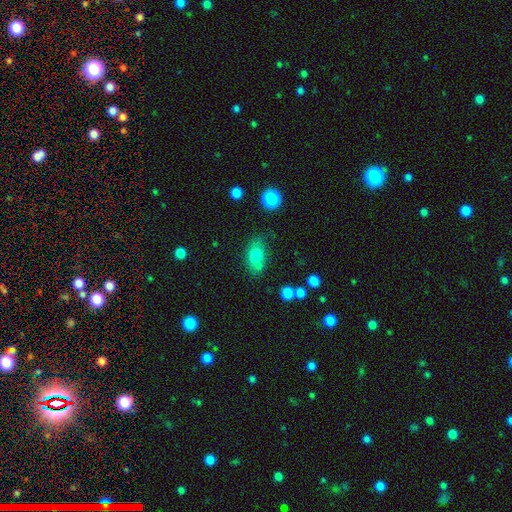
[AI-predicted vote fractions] smooth_or_featured: smooth (p=0.73) [alt: featured or disk p=0.15]
how_rounded: in between (p=0.75) [alt: round p=0.21]
merging: none (p=0.55) [alt: merger p=0.23]